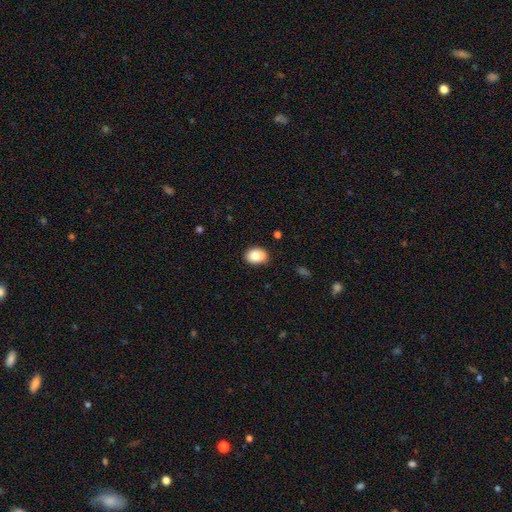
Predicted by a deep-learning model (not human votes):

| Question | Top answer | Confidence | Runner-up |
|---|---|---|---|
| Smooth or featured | smooth | 84% | featured or disk (8%) |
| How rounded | in between | 69% | round (30%) |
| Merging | none | 80% | minor disturbance (16%) |